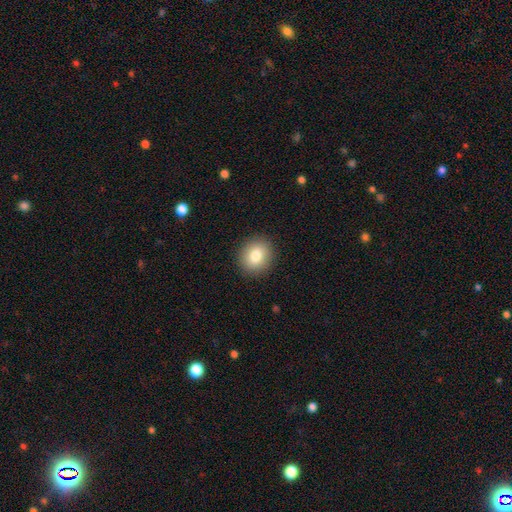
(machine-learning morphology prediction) Smooth or featured? smooth (81%)
How rounded? round (74%)
Merging? none (90%)